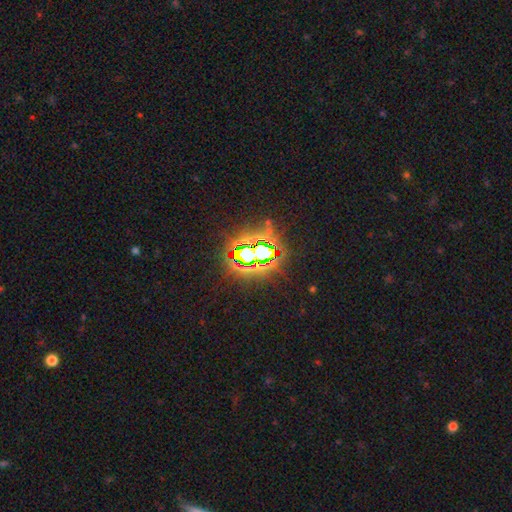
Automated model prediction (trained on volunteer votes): Morphology: type=star or artifact (77%).